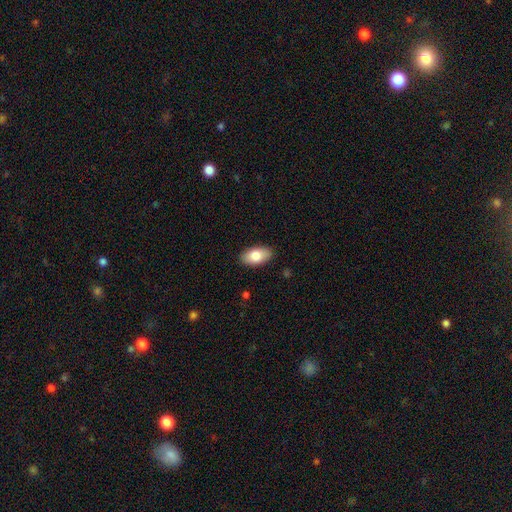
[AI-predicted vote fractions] Q: Smooth or featured?
A: smooth (80%); runner-up: featured or disk (13%)
Q: How rounded?
A: in between (94%); runner-up: round (3%)
Q: Merging?
A: none (88%); runner-up: minor disturbance (9%)